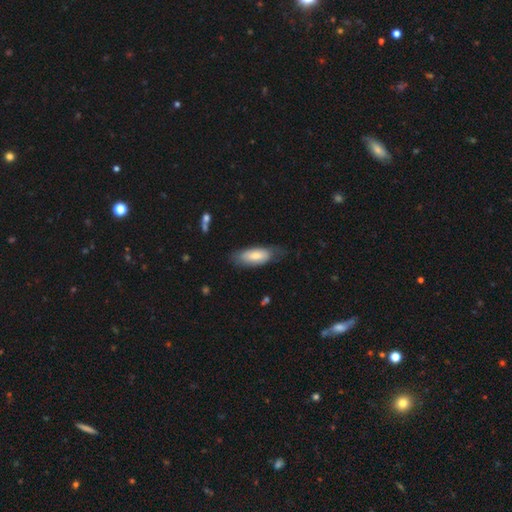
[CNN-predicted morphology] Smooth or featured?
  - smooth: 70% *
  - featured or disk: 24%
  - star or artifact: 6%
How rounded?
  - in between: 80% *
  - cigar-shaped: 18%
  - round: 2%
Merging?
  - none: 57% *
  - minor disturbance: 30%
  - major disturbance: 11%
  - merger: 2%